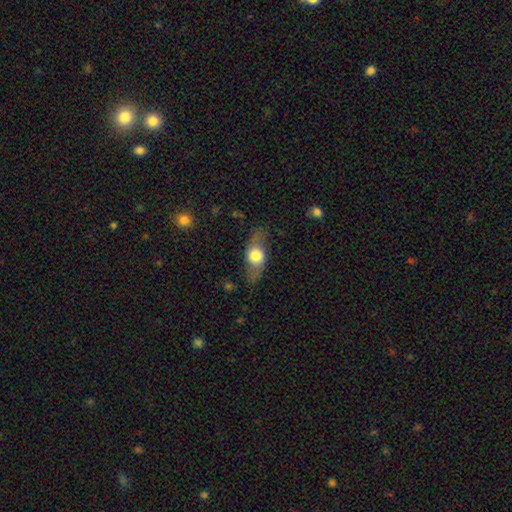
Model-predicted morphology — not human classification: Smooth or featured? Predicted: smooth (p=0.53). How rounded? Predicted: in between (p=0.65). Merging? Predicted: none (p=0.71).